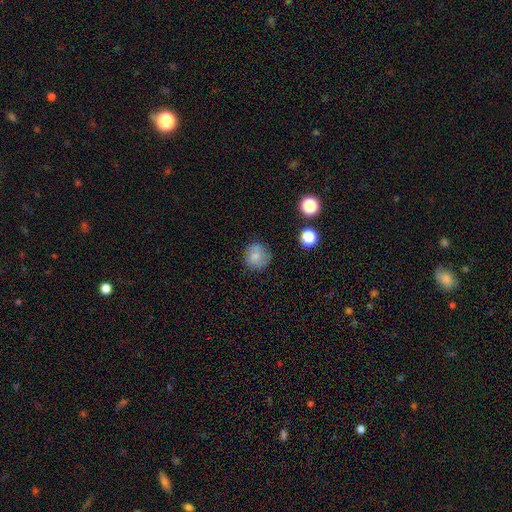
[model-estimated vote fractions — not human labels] smooth_or_featured: smooth (p=0.77) [alt: featured or disk p=0.12]
how_rounded: round (p=0.90) [alt: in between p=0.09]
merging: none (p=0.78) [alt: minor disturbance p=0.16]